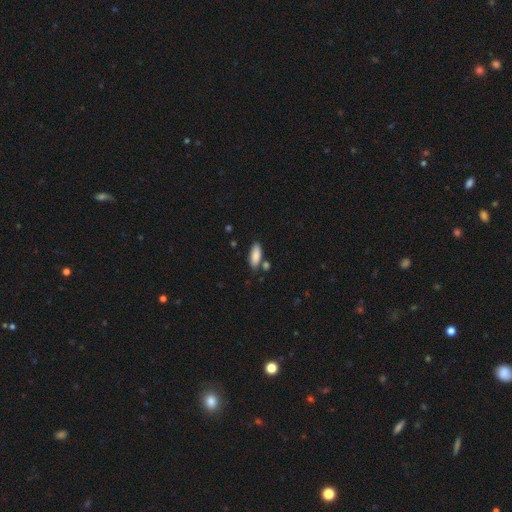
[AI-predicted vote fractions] Q: Smooth or featured?
A: smooth (87%); runner-up: featured or disk (7%)
Q: How rounded?
A: in between (79%); runner-up: cigar-shaped (19%)
Q: Merging?
A: none (75%); runner-up: minor disturbance (13%)